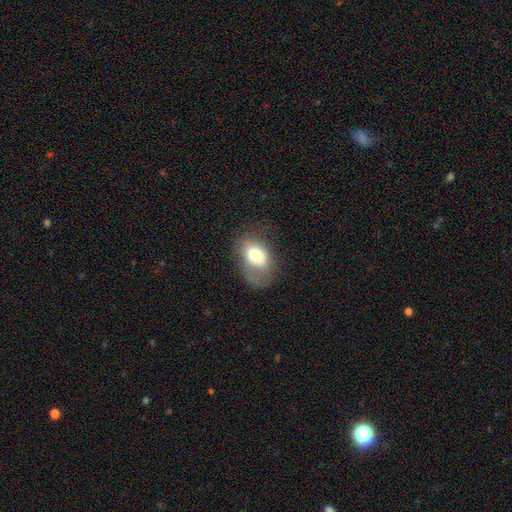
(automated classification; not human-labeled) Smooth or featured: smooth — 68% (featured or disk — 23%)
How rounded: in between — 82% (round — 16%)
Merging: none — 44% (minor disturbance — 29%)